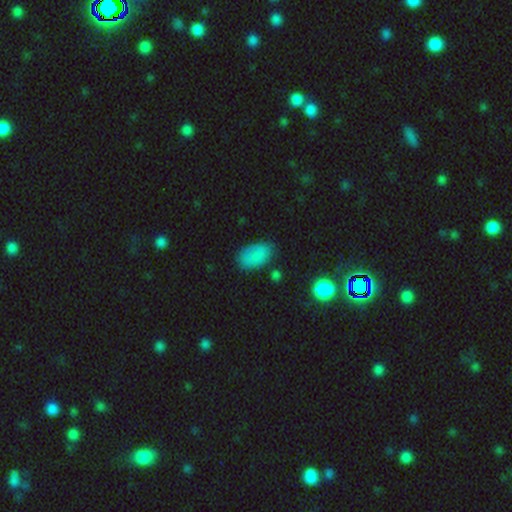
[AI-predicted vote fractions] smooth_or_featured: smooth (p=0.82) [alt: star or artifact p=0.10]
how_rounded: in between (p=0.93) [alt: round p=0.06]
merging: none (p=0.71) [alt: minor disturbance p=0.21]